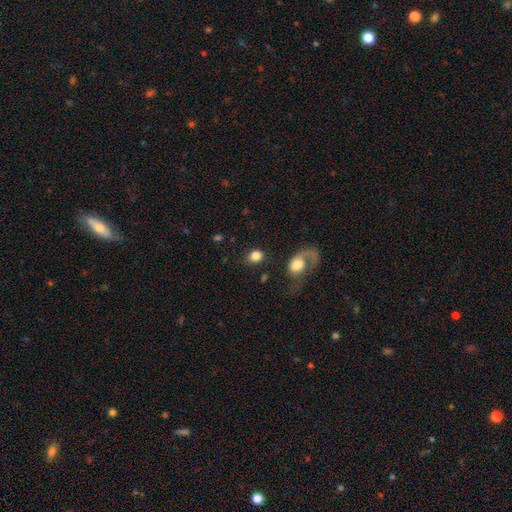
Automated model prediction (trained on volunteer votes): smooth_or_featured: smooth (p=0.80) [alt: featured or disk p=0.12]
how_rounded: round (p=0.56) [alt: in between p=0.42]
merging: none (p=0.71) [alt: minor disturbance p=0.12]